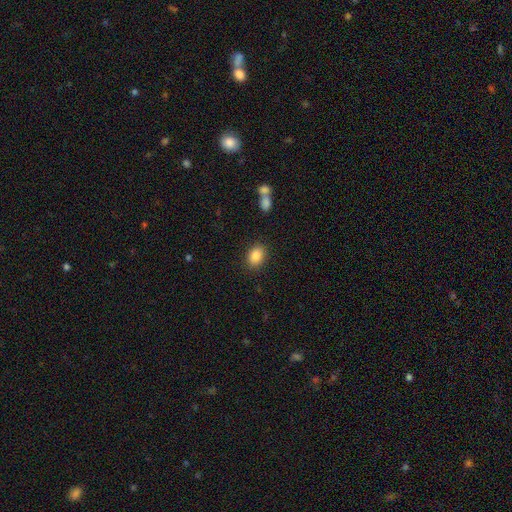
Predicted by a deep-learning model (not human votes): smooth-or-featured: smooth: 87% | star or artifact: 8% | featured or disk: 5%
  how-rounded: in between: 72% | round: 26% | cigar-shaped: 1%
  merging: none: 87% | minor disturbance: 8% | major disturbance: 3% | merger: 2%